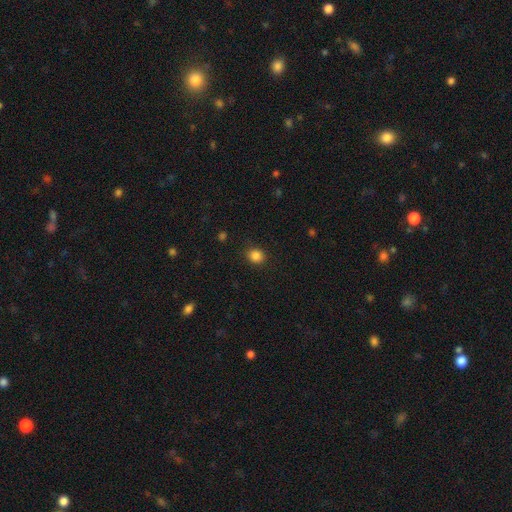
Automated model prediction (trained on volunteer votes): smooth_or_featured: smooth (p=0.85) [alt: star or artifact p=0.11]
how_rounded: round (p=0.78) [alt: in between p=0.21]
merging: none (p=0.88) [alt: minor disturbance p=0.08]